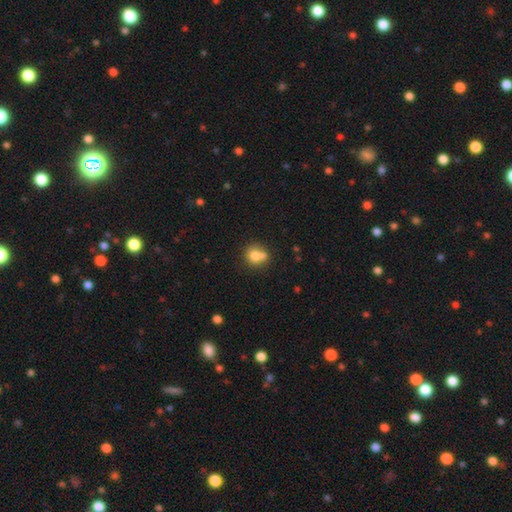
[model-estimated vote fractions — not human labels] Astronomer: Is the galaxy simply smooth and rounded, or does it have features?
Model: smooth — 75%.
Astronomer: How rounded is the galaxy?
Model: round — 77%.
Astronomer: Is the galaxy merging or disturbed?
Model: none — 45% (runner-up: merger, 38%).